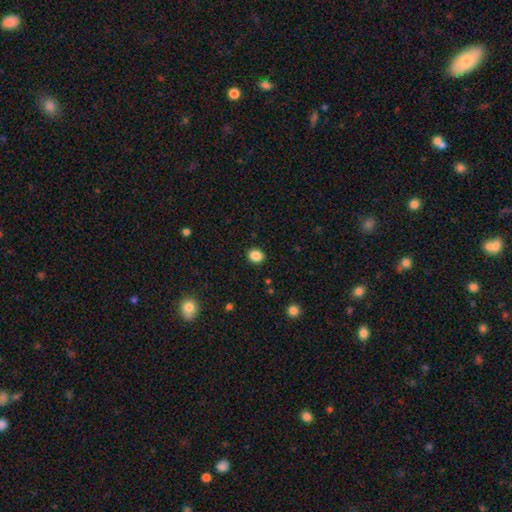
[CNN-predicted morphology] smooth_or_featured: smooth (p=0.86) [alt: star or artifact p=0.10]
how_rounded: round (p=0.63) [alt: in between p=0.36]
merging: none (p=0.91) [alt: minor disturbance p=0.06]